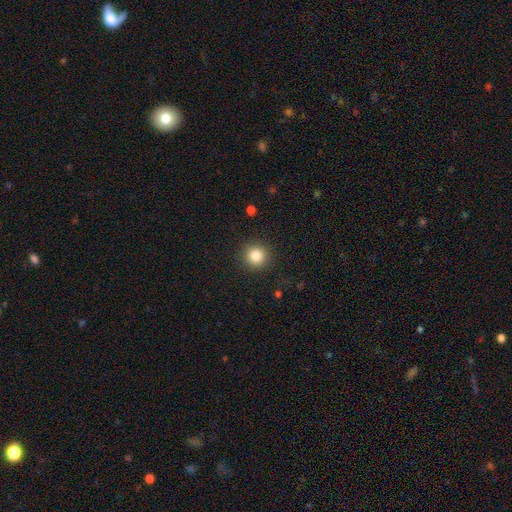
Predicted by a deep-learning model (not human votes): Smooth or featured?
  - smooth: 84% *
  - star or artifact: 11%
  - featured or disk: 6%
How rounded?
  - round: 94% *
  - in between: 5%
  - cigar-shaped: 1%
Merging?
  - none: 91% *
  - minor disturbance: 6%
  - major disturbance: 2%
  - merger: 1%